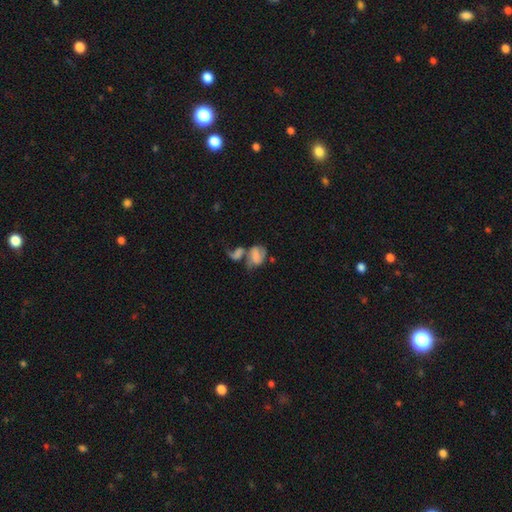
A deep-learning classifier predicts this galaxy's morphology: Smooth or featured? Predicted: smooth (p=0.50). Merging? Predicted: merger (p=0.56).